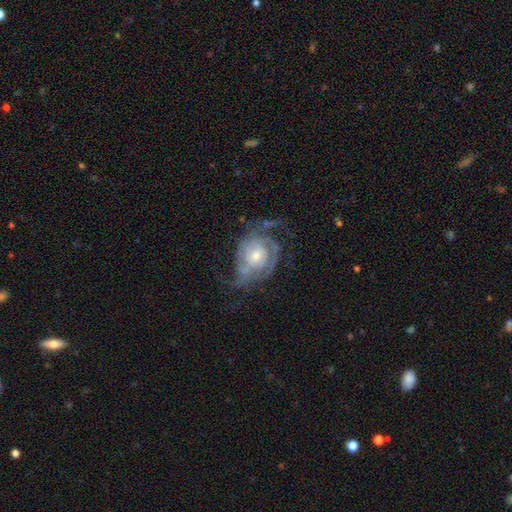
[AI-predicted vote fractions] A featured or disk galaxy (87%) with no bar (70%), 2 (30%) tight (49%) spiral arms (94%) and a moderate central bulge (53%).

Vote fractions:
- Smooth or featured? featured or disk: 87% / smooth: 8% / star or artifact: 5%
- Edge-on disk? no: 97% / yes: 3%
- Bar? no: 70% / weak: 24% / strong: 6%
- Spiral arms? yes: 94% / no: 6%
- Spiral winding? tight: 49% / medium: 37% / loose: 13%
- Spiral arm count? 2: 30% / 3: 27% / can't tell: 23% / 4: 9% / 1: 6% / more than 4: 5%
- Bulge size? moderate: 53% / small: 39% / large: 5% / none: 2% / dominant: 1%
- Merging? none: 56% / major disturbance: 21% / minor disturbance: 20% / merger: 2%